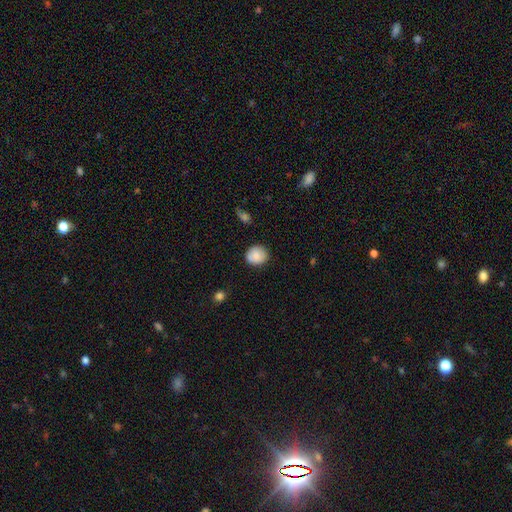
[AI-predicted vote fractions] This is clearly a smooth galaxy (83%). How rounded: clearly round (82%). Merging: clearly none (81%).